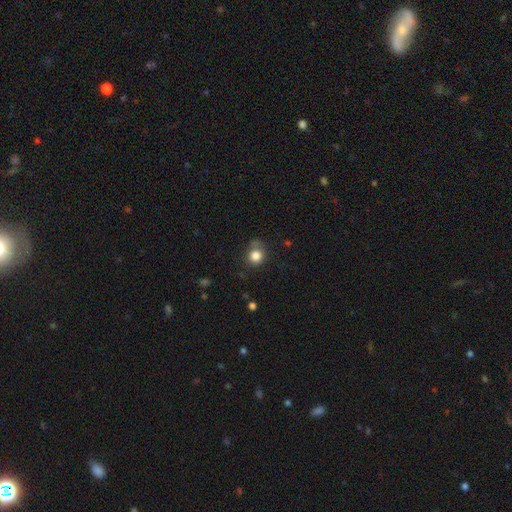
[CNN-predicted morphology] Smooth or featured?
  - smooth: 83% *
  - star or artifact: 11%
  - featured or disk: 6%
How rounded?
  - round: 83% *
  - in between: 16%
  - cigar-shaped: 1%
Merging?
  - none: 66% *
  - minor disturbance: 22%
  - major disturbance: 7%
  - merger: 5%